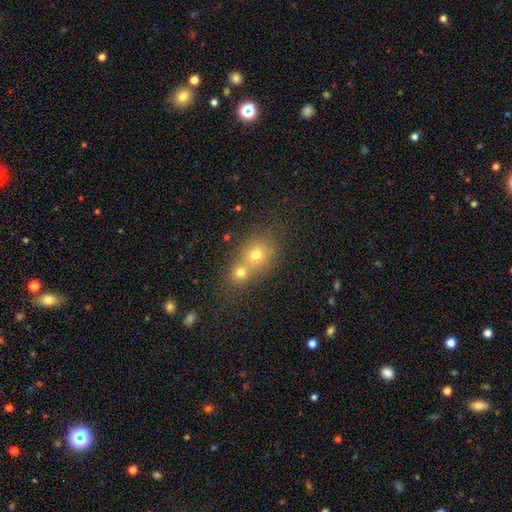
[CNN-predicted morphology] Overall: smooth (69%). How rounded: round (70%). Merging: merger (60%; none 32%).